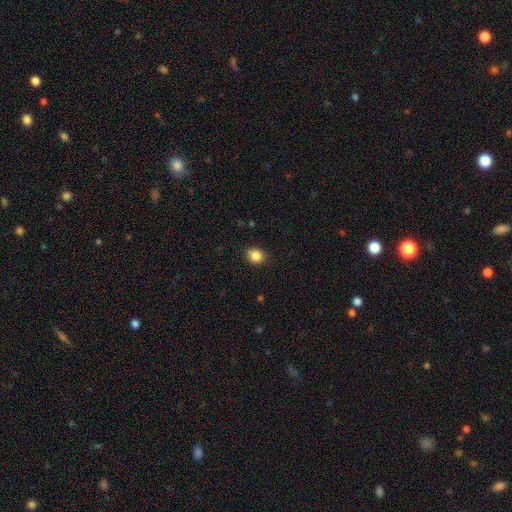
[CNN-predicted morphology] A smooth galaxy with no disk features (85%) that is round (67%). Merging: none (85%).